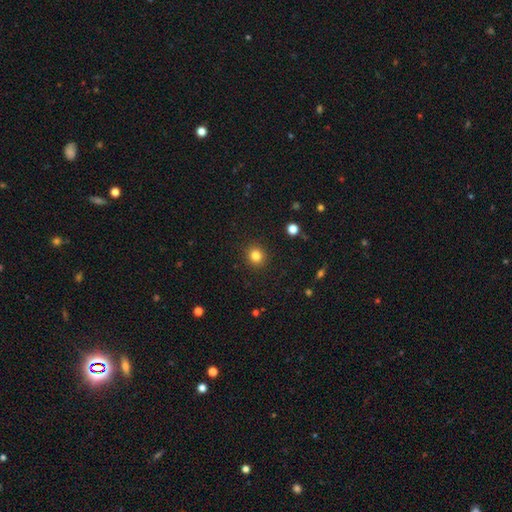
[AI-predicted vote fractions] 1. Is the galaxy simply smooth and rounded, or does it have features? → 82% smooth, 12% star or artifact, 5% featured or disk.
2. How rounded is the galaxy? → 89% round, 10% in between, 1% cigar-shaped.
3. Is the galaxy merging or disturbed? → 91% none, 6% minor disturbance, 2% major disturbance, 1% merger.